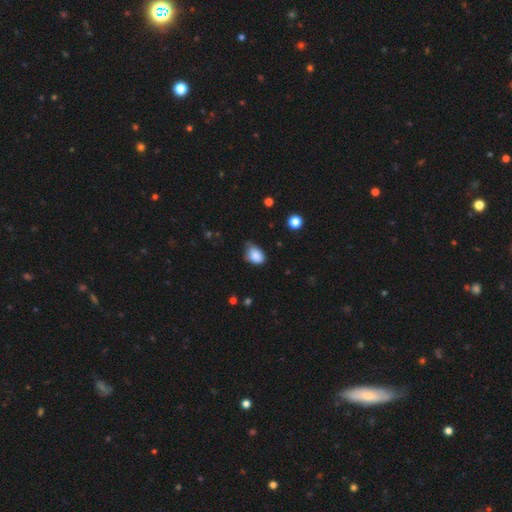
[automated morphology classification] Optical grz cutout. It shows a smooth galaxy with no disk features (84%) that is in between round and cigar-shaped (76%). Merging: minor disturbance (46%).